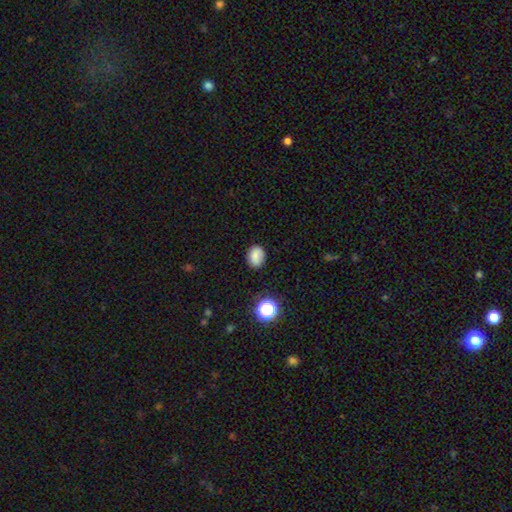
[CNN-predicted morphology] A smooth galaxy with no disk features (81%) that is in between round and cigar-shaped (60%).

Vote fractions:
- Smooth or featured? smooth: 81% / star or artifact: 12% / featured or disk: 7%
- How rounded? in between: 60% / round: 39% / cigar-shaped: 1%
- Merging? none: 80% / minor disturbance: 15% / major disturbance: 3% / merger: 2%